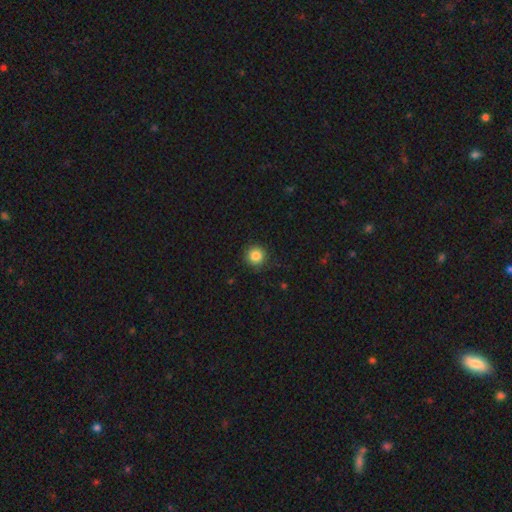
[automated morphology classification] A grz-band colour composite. It shows a smooth galaxy with no disk features (85%) that is round (95%). Merging: none (89%).